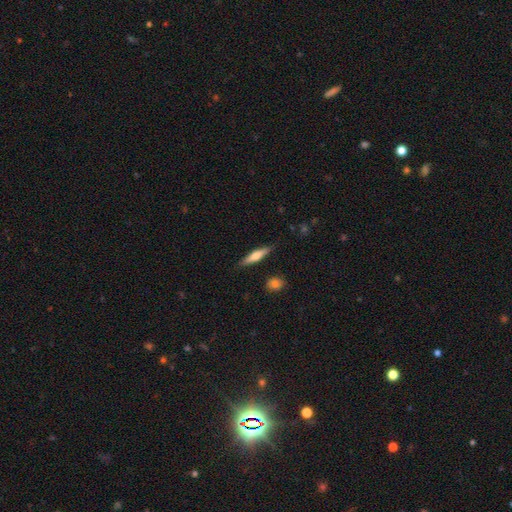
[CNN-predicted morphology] Smooth or featured? Predicted: smooth (p=0.57). How rounded? Predicted: cigar-shaped (p=0.81). Merging? Predicted: none (p=0.87).